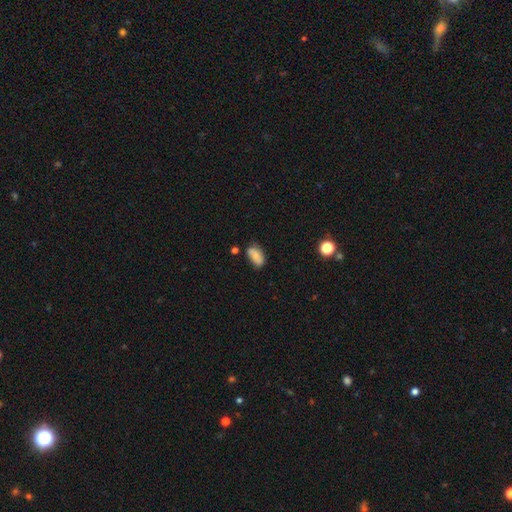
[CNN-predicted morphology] A smooth galaxy with no disk features (77%) that is in between round and cigar-shaped (90%). Merging: none (61%).